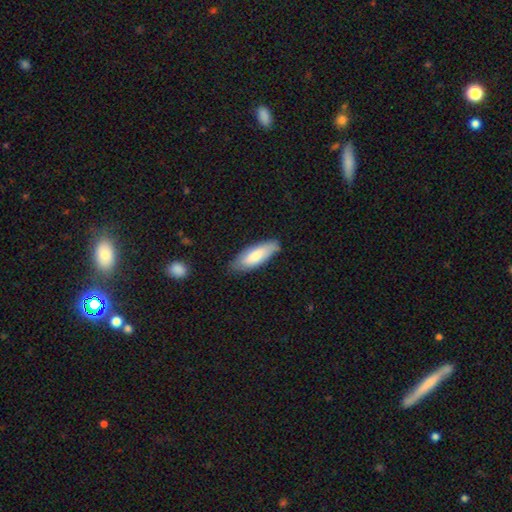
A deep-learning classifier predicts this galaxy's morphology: Smooth or featured? Predicted: smooth (p=0.75). How rounded? Predicted: in between (p=0.67). Merging? Predicted: none (p=0.76).